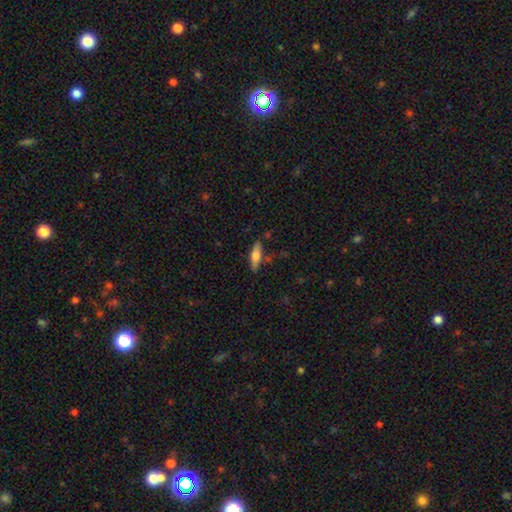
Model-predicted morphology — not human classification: Q: Smooth or featured?
A: smooth (57%); runner-up: featured or disk (37%)
Q: How rounded?
A: cigar-shaped (54%); runner-up: in between (44%)
Q: Merging?
A: none (79%); runner-up: minor disturbance (14%)